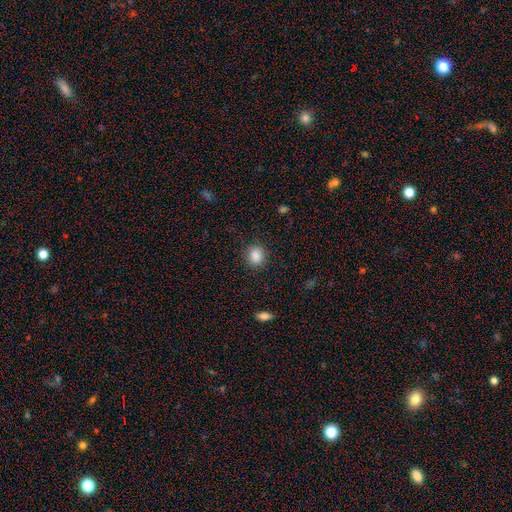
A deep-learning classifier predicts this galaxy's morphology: Overall: smooth (87%). How rounded: round (70%). Merging: none (86%).